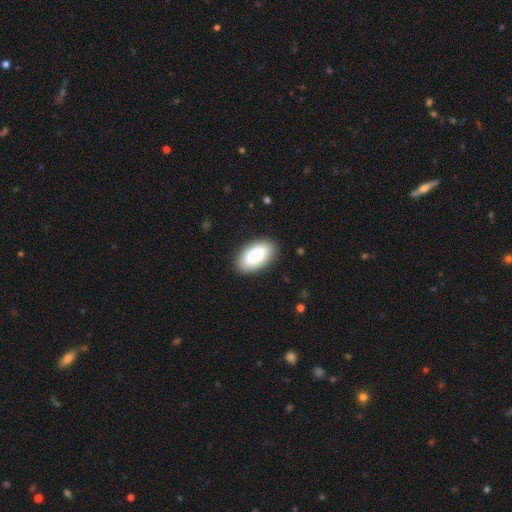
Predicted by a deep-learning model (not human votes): Morphology: type=smooth (84%); roundness=in between (95%); merging=none (88%).